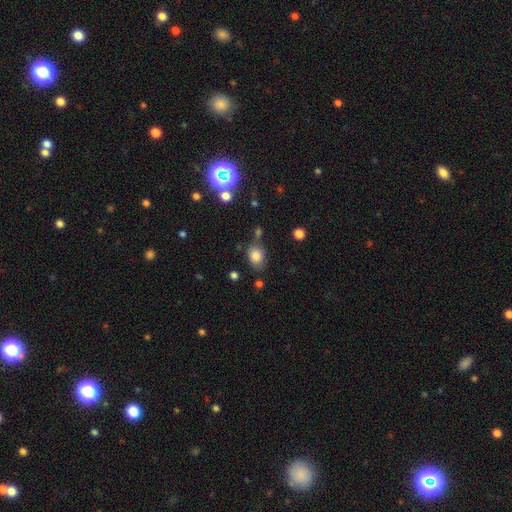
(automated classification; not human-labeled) This appears to be a smooth galaxy with no disk features (81%) that is in between round and cigar-shaped (64%). Merging: none (66%).